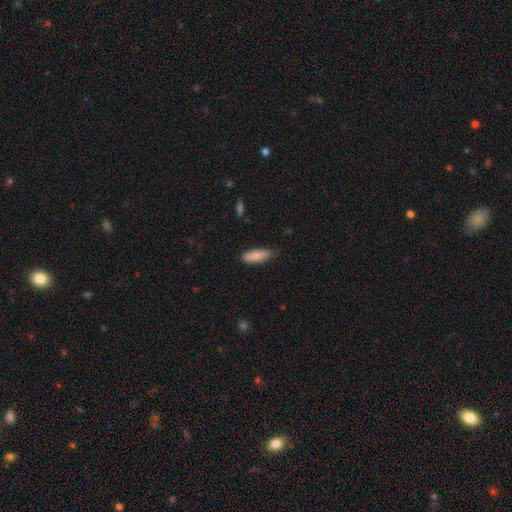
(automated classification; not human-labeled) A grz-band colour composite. It shows a smooth galaxy with no disk features (86%) that is in between round and cigar-shaped (66%). Merging: none (66%).